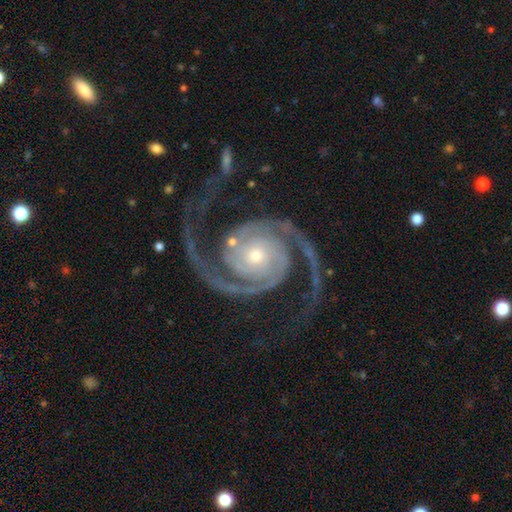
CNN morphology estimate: Smooth or featured? Predicted: featured or disk (p=0.94). Edge-on disk? Predicted: no (p=0.98). Bar? Predicted: no (p=0.76). Spiral arms? Predicted: yes (p=0.99). Spiral winding? Predicted: medium (p=0.48). Spiral arm count? Predicted: 2 (p=0.94). Bulge size? Predicted: small (p=0.66). Merging? Predicted: none (p=0.76).